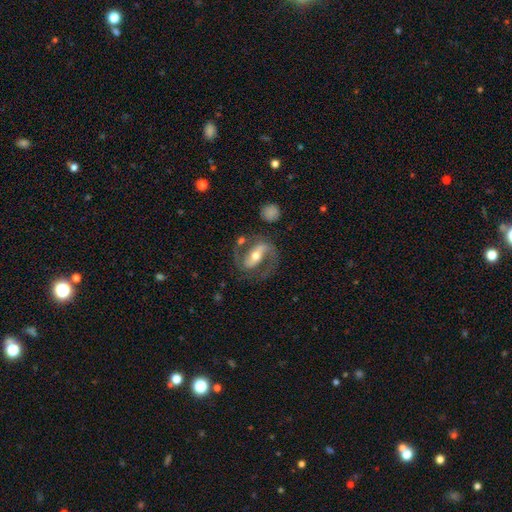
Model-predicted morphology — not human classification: featured or disk 85%, smooth 10%, star or artifact 5%. Down the decision tree: edge-on disk — no (95%); bar — strong (63%); spiral arms — yes (93%); spiral arm count — 2 (89%); spiral winding — medium (56%); bulge size — moderate (64%); merging — none (67%).